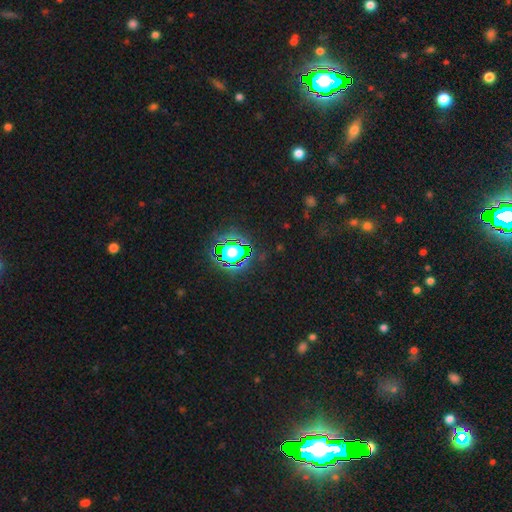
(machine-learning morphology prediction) Overall: star or artifact (79%).